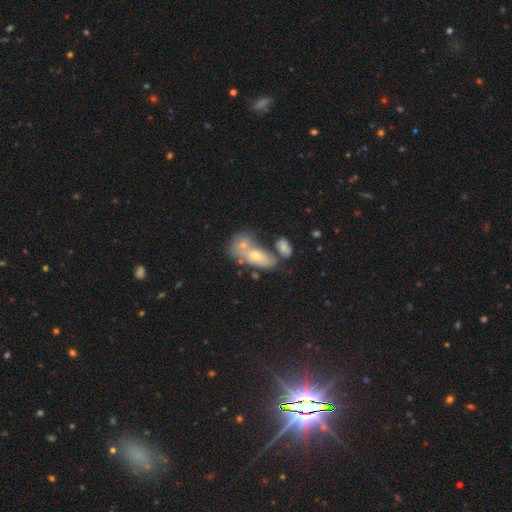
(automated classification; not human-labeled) smooth 49%, featured or disk 37%, star or artifact 14%. Down the decision tree: merging — merger (50%).